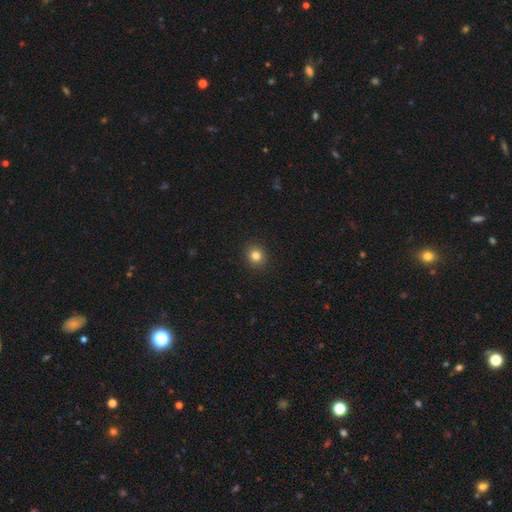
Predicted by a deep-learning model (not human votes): Morphology: type=smooth (82%); roundness=round (83%); merging=none (92%).